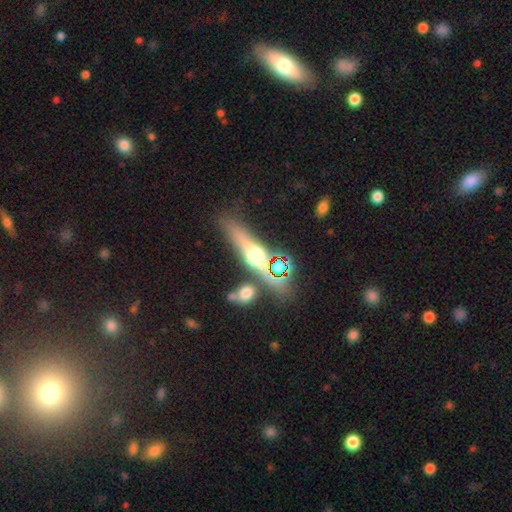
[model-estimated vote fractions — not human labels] featured or disk 54%, smooth 30%, star or artifact 16%. Down the decision tree: edge-on disk — yes (87%); merging — none (73%).